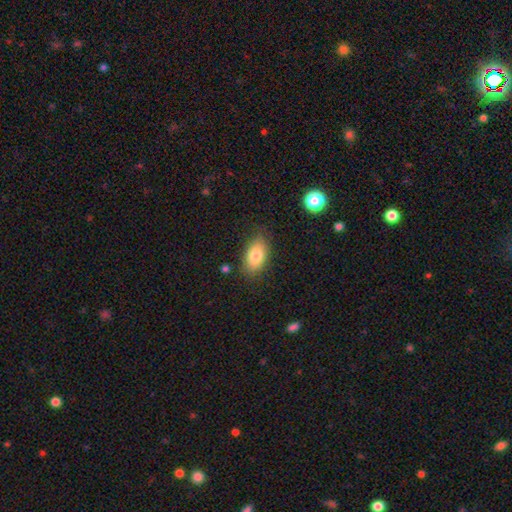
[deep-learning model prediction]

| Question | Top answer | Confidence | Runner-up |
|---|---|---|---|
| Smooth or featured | smooth | 82% | featured or disk (11%) |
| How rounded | in between | 91% | round (6%) |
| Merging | none | 82% | minor disturbance (13%) |